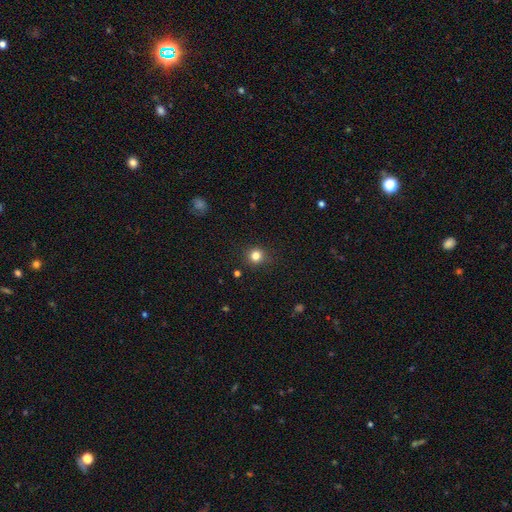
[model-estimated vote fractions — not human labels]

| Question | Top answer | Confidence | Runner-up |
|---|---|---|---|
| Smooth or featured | smooth | 82% | star or artifact (13%) |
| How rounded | round | 92% | in between (7%) |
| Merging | none | 89% | minor disturbance (7%) |